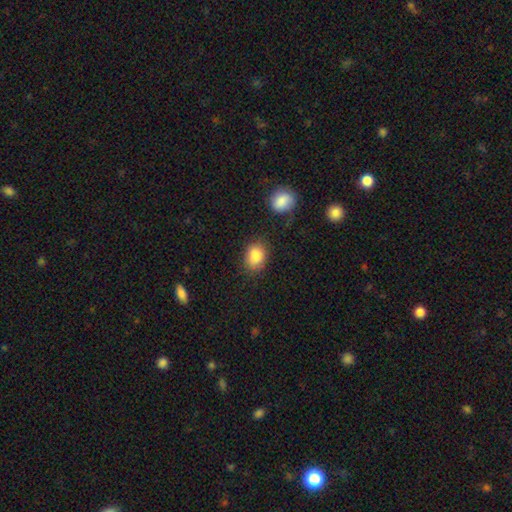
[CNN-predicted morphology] Overall: smooth (87%). How rounded: in between (63%; round 36%). Merging: none (76%).